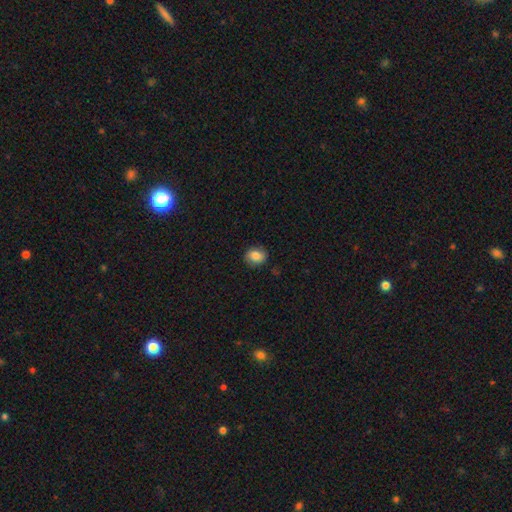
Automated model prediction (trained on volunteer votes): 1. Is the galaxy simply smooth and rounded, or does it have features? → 83% smooth, 9% star or artifact, 7% featured or disk.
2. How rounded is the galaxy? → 64% round, 35% in between, 1% cigar-shaped.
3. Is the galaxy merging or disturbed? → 86% none, 10% minor disturbance, 2% major disturbance, 1% merger.